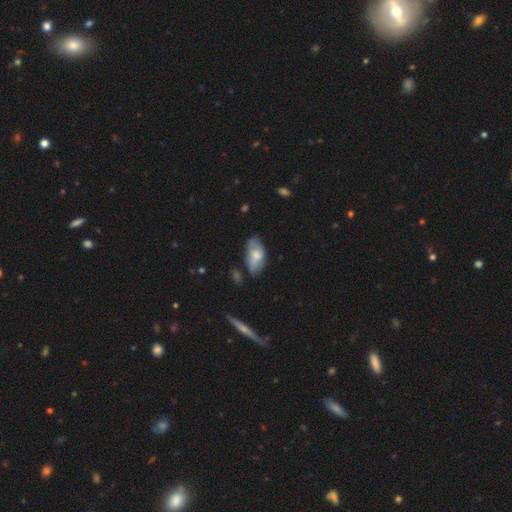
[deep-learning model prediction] smooth 67%, featured or disk 26%, star or artifact 7%. Down the decision tree: how rounded — in between (93%); merging — none (56%).